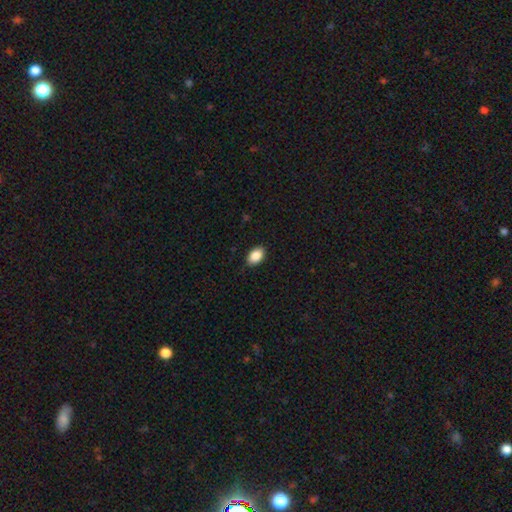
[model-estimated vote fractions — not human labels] This is clearly a smooth galaxy (87%). How rounded: clearly in between (89%). Merging: clearly none (87%).